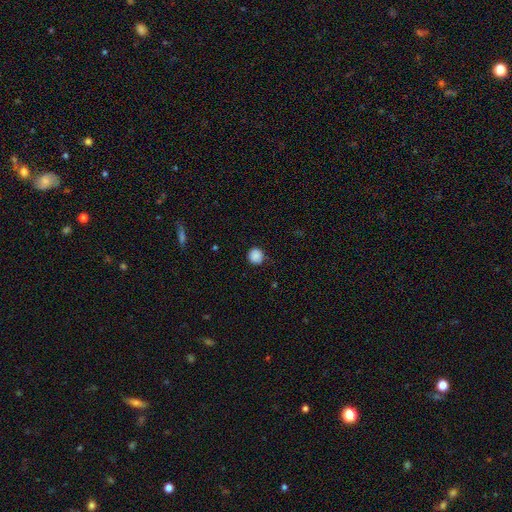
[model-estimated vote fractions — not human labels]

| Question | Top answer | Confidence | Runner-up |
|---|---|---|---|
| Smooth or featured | smooth | 88% | star or artifact (10%) |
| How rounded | round | 92% | in between (7%) |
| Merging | none | 88% | minor disturbance (9%) |